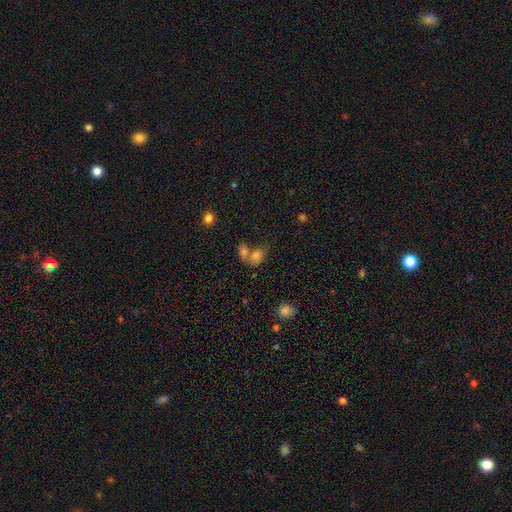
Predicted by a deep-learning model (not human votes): Smooth or featured? smooth (75%)
How rounded? in between (73%)
Merging? merger (60%)